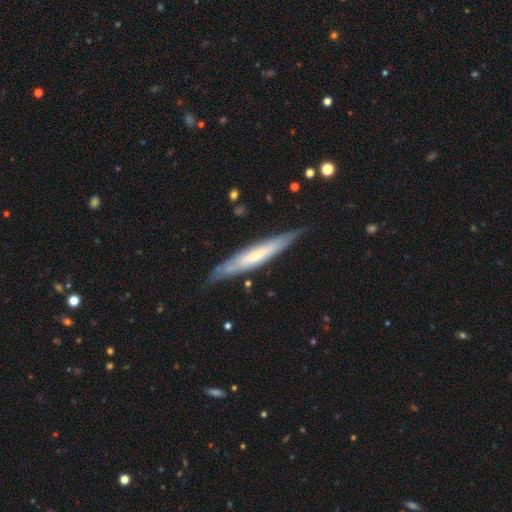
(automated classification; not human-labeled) The model was most divided on "smooth or featured": featured or disk: 57%, smooth: 37%, star or artifact: 6%. More confident: edge-on disk — yes (78%); merging — none (78%).